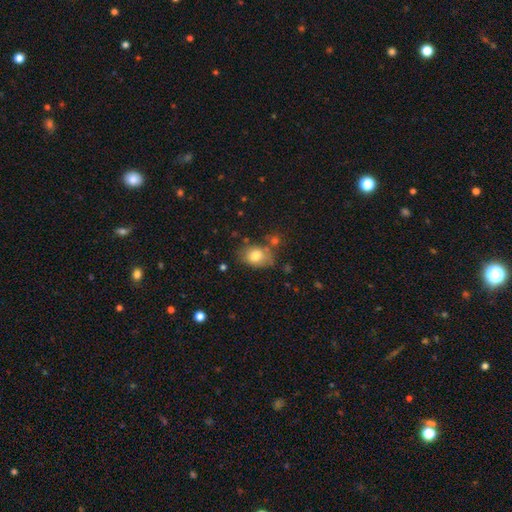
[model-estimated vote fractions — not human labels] Smooth or featured? Predicted: smooth (p=0.80). How rounded? Predicted: in between (p=0.71). Merging? Predicted: none (p=0.65).